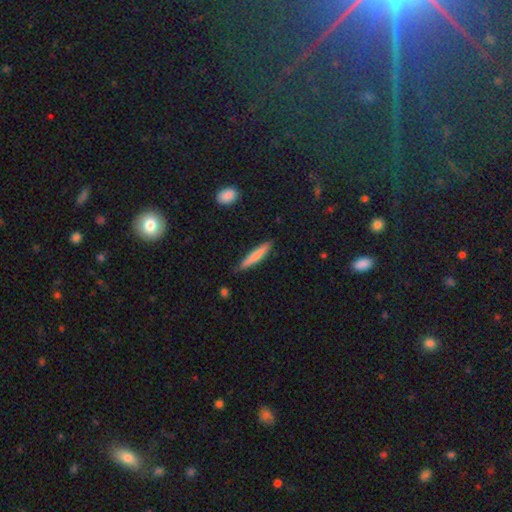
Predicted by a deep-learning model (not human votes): smooth 76%, featured or disk 19%, star or artifact 6%. Down the decision tree: how rounded — cigar-shaped (91%); merging — none (83%).